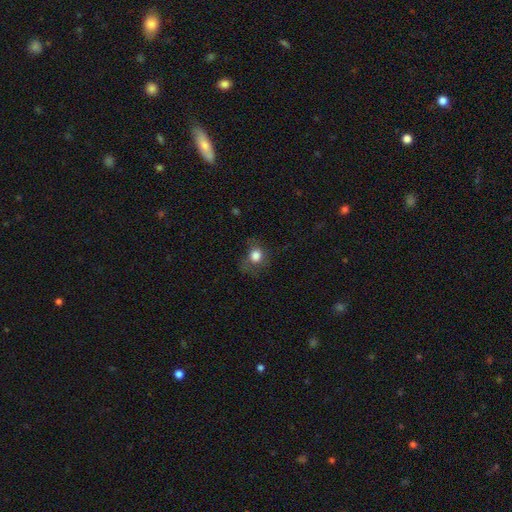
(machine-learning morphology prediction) Smooth or featured? smooth (78%)
How rounded? round (71%)
Merging? none (59%)